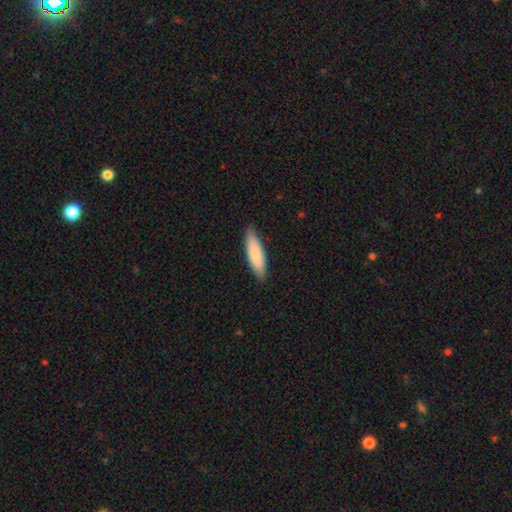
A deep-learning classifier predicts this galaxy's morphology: Smooth or featured? smooth (84%)
How rounded? cigar-shaped (58%)
Merging? none (85%)